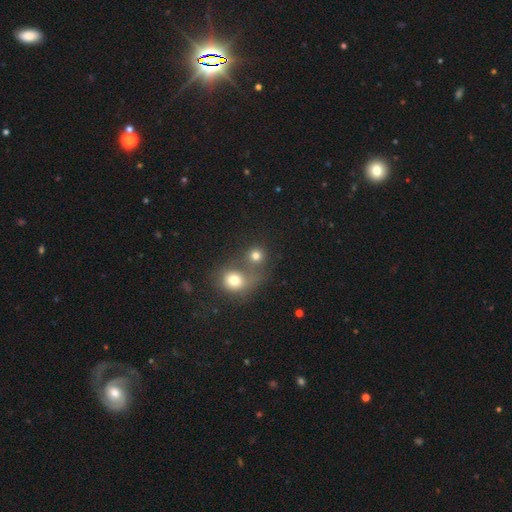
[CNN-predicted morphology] Smooth or featured?
  - smooth: 77% *
  - star or artifact: 14%
  - featured or disk: 9%
How rounded?
  - round: 86% *
  - in between: 13%
  - cigar-shaped: 1%
Merging?
  - none: 44% * (tied)
  - merger: 44% * (tied)
  - minor disturbance: 7%
  - major disturbance: 5%